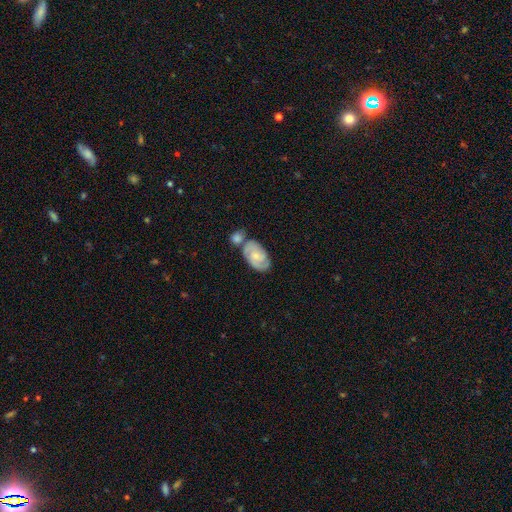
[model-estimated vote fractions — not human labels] Overall: featured or disk (61%; smooth 32%). Edge-on disk: no (96%). Bar: no (62%; weak 32%). Spiral arms: yes (90%). Spiral arm count: 2 (67%). Spiral winding: tight (53%; medium 37%). Bulge size: small (47%; moderate 34%). Merging: none (43%; merger 35%).